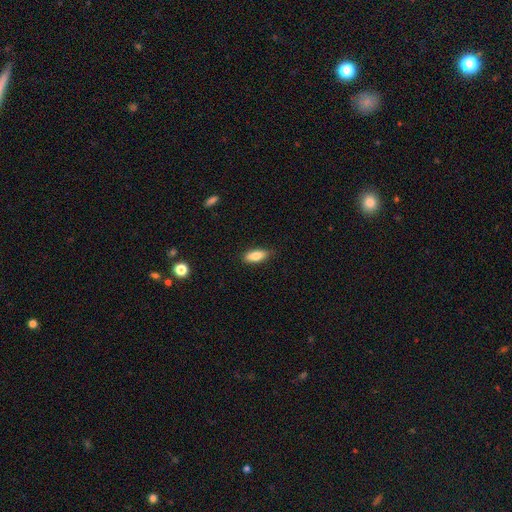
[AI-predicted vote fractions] Overall: smooth (83%). How rounded: in between (75%). Merging: none (86%).